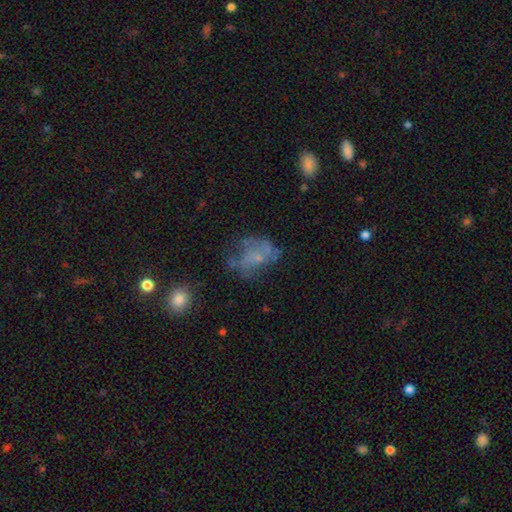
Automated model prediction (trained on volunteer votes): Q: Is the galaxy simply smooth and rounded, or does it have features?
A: featured or disk — 49%.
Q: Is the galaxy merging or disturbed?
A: none — 41%.